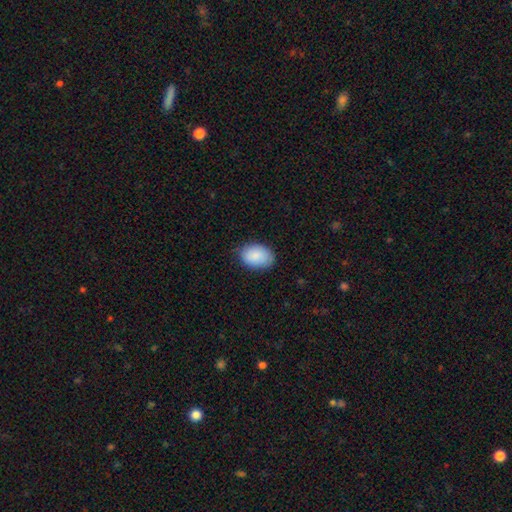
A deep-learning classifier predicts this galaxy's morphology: Smooth or featured?
  - smooth: 87% *
  - featured or disk: 7%
  - star or artifact: 6%
How rounded?
  - in between: 85% *
  - round: 14%
  - cigar-shaped: 1%
Merging?
  - none: 78% *
  - minor disturbance: 18%
  - major disturbance: 3%
  - merger: 1%